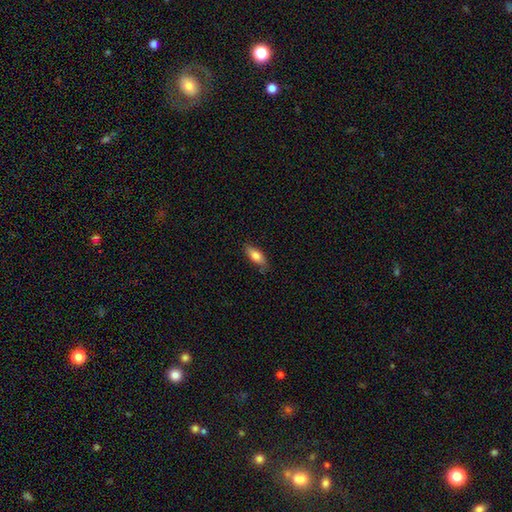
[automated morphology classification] A smooth galaxy with no disk features (77%) that is in between round and cigar-shaped (74%).

Vote fractions:
- Smooth or featured? smooth: 77% / featured or disk: 16% / star or artifact: 7%
- How rounded? in between: 74% / cigar-shaped: 23% / round: 3%
- Merging? none: 77% / minor disturbance: 18% / major disturbance: 3% / merger: 1%